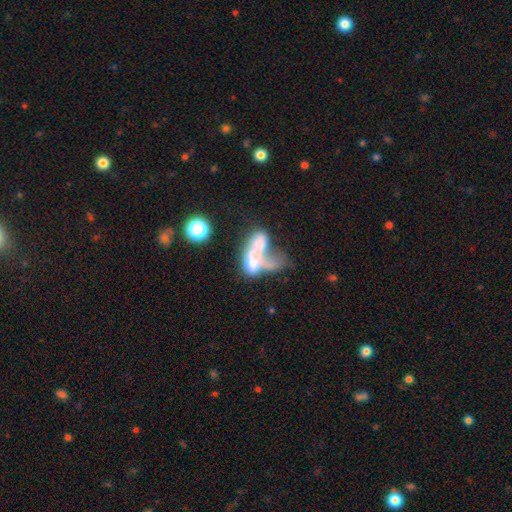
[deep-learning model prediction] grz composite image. It shows a featured or disk galaxy (45%). Merging: merger (58%).